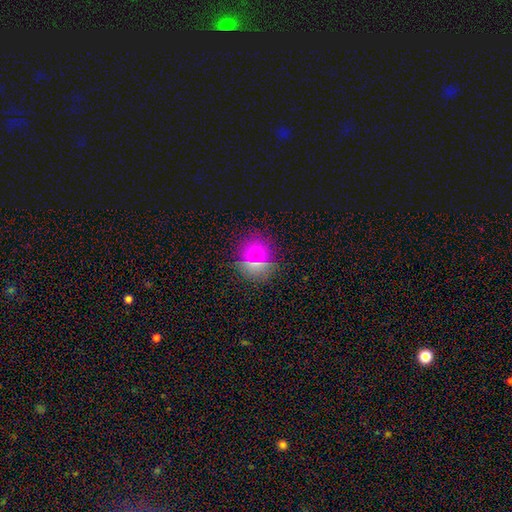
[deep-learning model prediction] Smooth or featured? smooth (71%)
How rounded? round (90%)
Merging? none (86%)